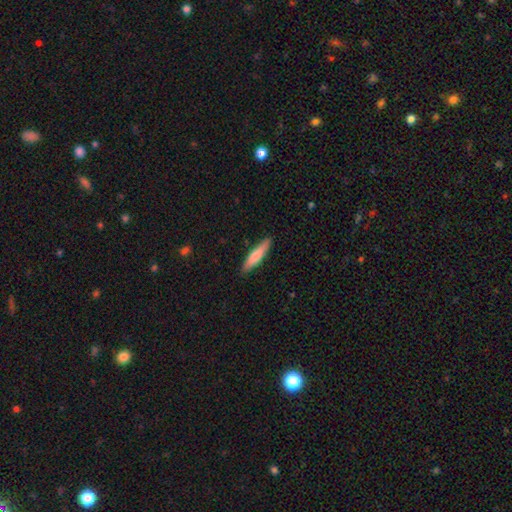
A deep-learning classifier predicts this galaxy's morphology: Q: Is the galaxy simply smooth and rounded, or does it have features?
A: smooth — 71%.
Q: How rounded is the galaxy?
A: cigar-shaped — 81%.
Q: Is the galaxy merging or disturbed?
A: none — 88%.